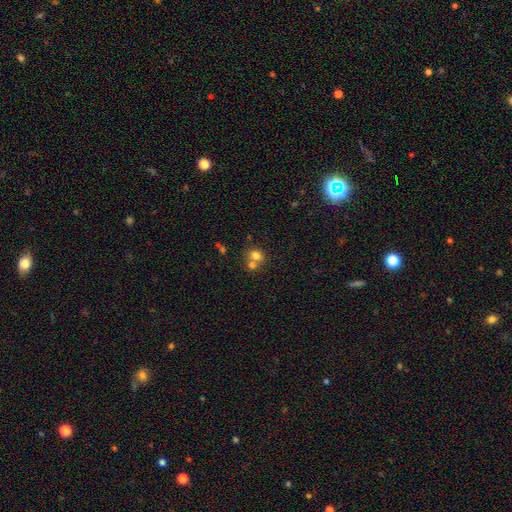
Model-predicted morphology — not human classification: smooth_or_featured: smooth (p=0.76) [alt: star or artifact p=0.13]
how_rounded: round (p=0.72) [alt: in between p=0.27]
merging: merger (p=0.50) [alt: none p=0.41]